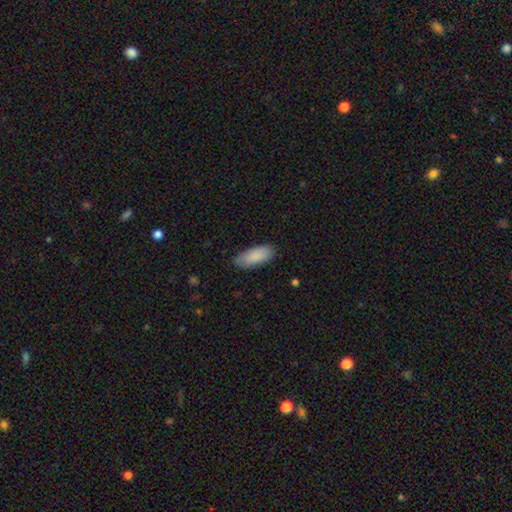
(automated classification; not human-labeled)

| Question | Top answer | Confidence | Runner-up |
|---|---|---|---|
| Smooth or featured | smooth | 88% | featured or disk (6%) |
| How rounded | in between | 82% | cigar-shaped (16%) |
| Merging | none | 83% | minor disturbance (14%) |